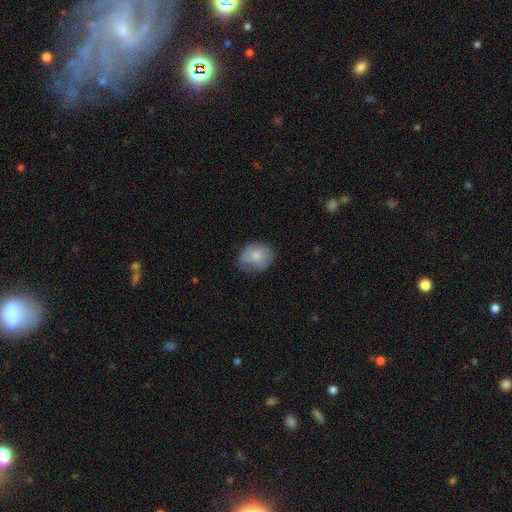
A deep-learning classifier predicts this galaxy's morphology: This appears to be a smooth galaxy with no disk features (72%) that is round (54%). Merging: none (65%).